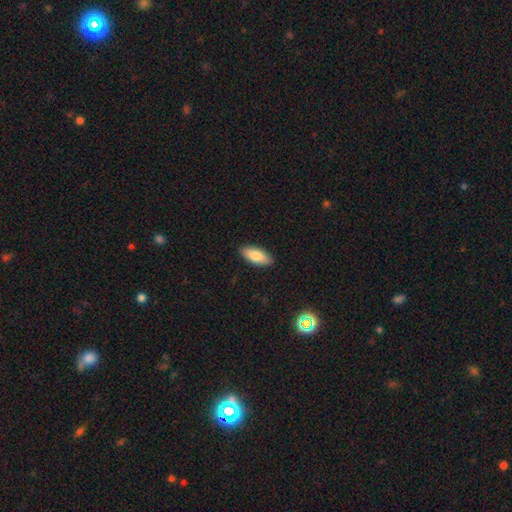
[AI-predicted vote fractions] Smooth or featured?
  - smooth: 82% *
  - featured or disk: 12%
  - star or artifact: 6%
How rounded?
  - in between: 80% *
  - cigar-shaped: 18%
  - round: 2%
Merging?
  - none: 89% *
  - minor disturbance: 8%
  - major disturbance: 2%
  - merger: 1%